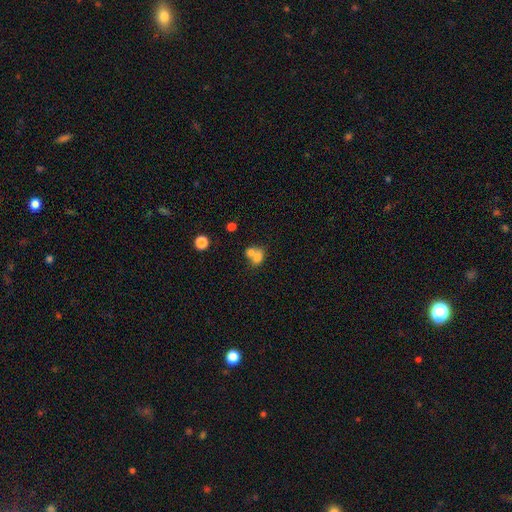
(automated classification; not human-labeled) This is likely a smooth galaxy (71%). How rounded: possibly in between (50%). Merging: likely merger (65%).